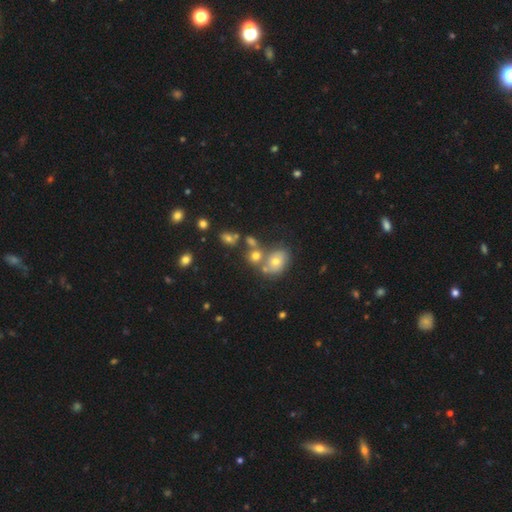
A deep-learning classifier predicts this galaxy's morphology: This appears to be a smooth galaxy with no disk features (62%) that is round (58%). Merging: none (44%).